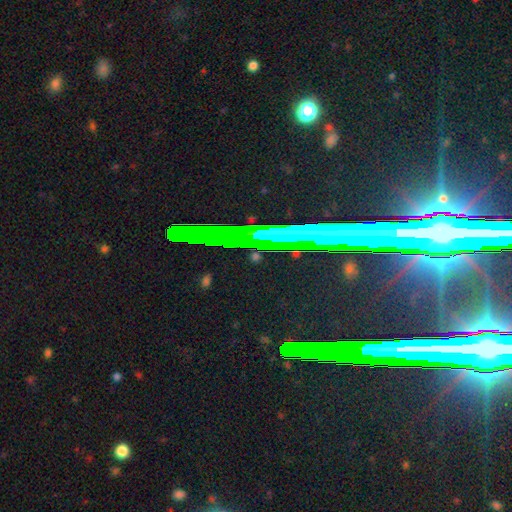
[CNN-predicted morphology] Smooth or featured? Predicted: star or artifact (p=0.67).